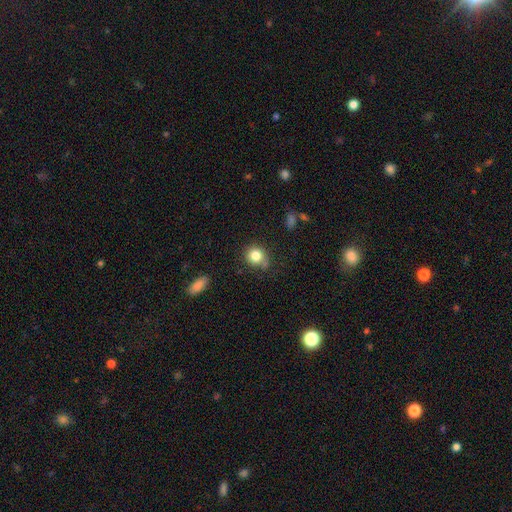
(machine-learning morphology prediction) Smooth or featured? Predicted: smooth (p=0.82). How rounded? Predicted: round (p=0.78). Merging? Predicted: none (p=0.70).